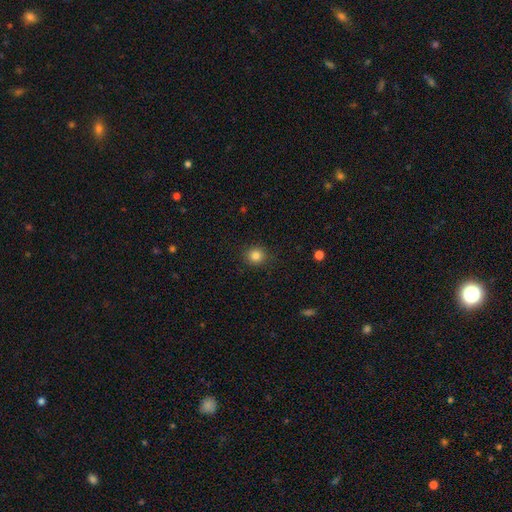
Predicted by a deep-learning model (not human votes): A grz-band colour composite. It shows a smooth galaxy with no disk features (84%) that is round (89%). Merging: none (89%).